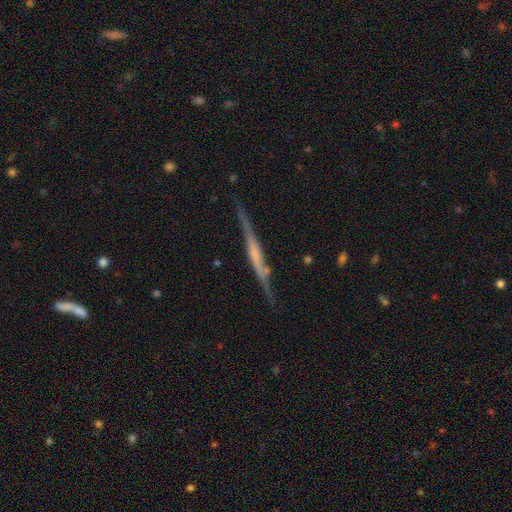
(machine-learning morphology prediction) Smooth or featured: featured or disk — 72% (smooth — 22%)
Edge-on disk: yes — 96% (no — 4%)
Edge-on bulge: none — 49% (boxy — 28%)
Merging: none — 79% (minor disturbance — 15%)